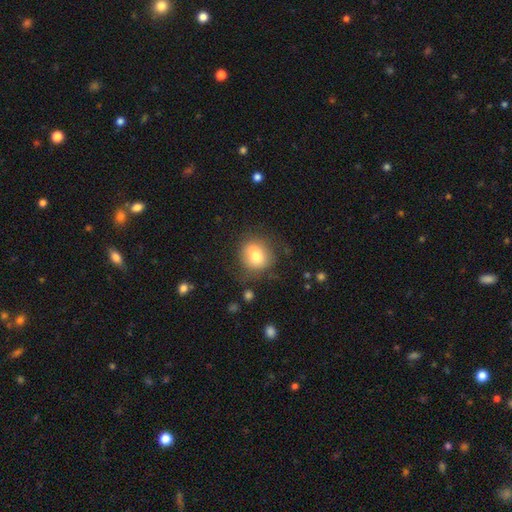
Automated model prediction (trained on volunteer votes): A smooth galaxy with no disk features (76%) that is round (72%). Merging: none (66%).